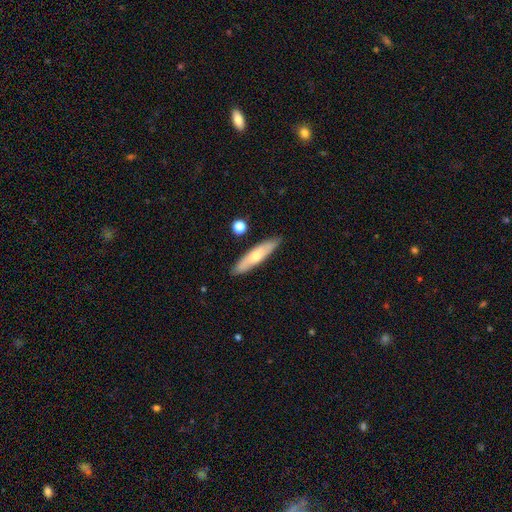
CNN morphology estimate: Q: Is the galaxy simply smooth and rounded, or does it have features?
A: smooth — 55%.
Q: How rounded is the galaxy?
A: cigar-shaped — 78%.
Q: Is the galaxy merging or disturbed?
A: none — 86%.